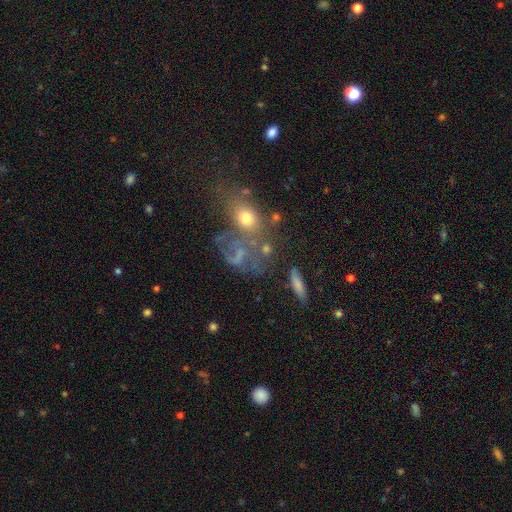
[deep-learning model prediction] This is marginally a smooth galaxy (37%). Merging: marginally none (34%).